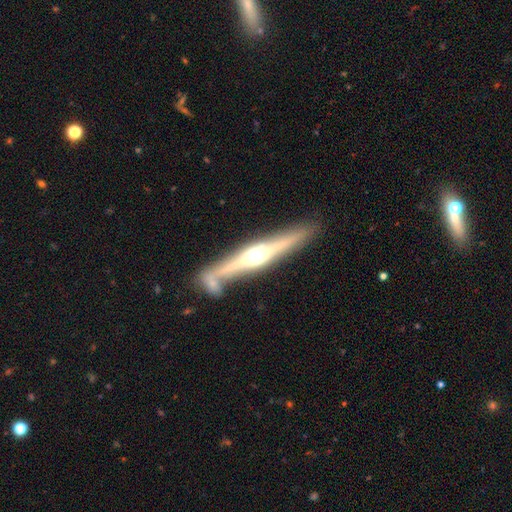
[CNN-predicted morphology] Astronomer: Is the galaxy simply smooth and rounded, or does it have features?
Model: featured or disk — 77%.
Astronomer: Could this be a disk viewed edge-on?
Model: yes — 96%.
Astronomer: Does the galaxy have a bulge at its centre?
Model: rounded — 93%.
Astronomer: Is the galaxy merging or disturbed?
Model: none — 70%.